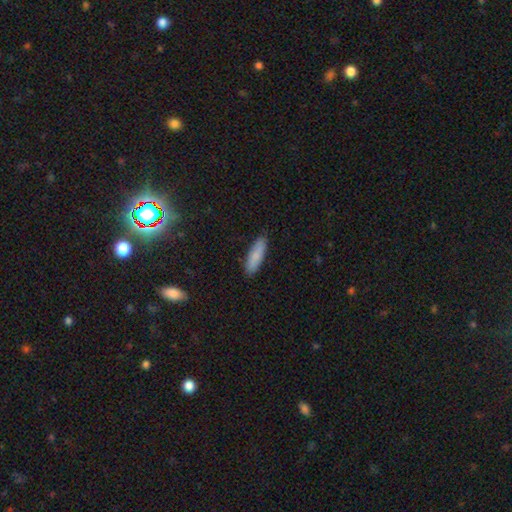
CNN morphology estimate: The model was most divided on "how rounded": cigar-shaped: 55%, in between: 44%, round: 2%. More confident: merging — none (88%); smooth or featured — smooth (84%).